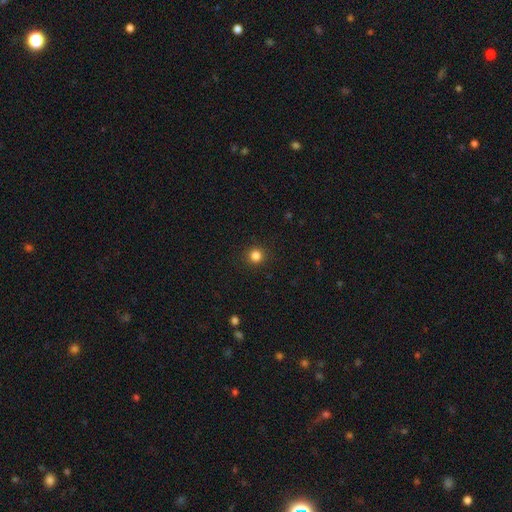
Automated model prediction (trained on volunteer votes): smooth-or-featured: smooth: 83% | star or artifact: 13% | featured or disk: 4%
  how-rounded: round: 94% | in between: 5% | cigar-shaped: 1%
  merging: none: 92% | minor disturbance: 5% | major disturbance: 2% | merger: 1%